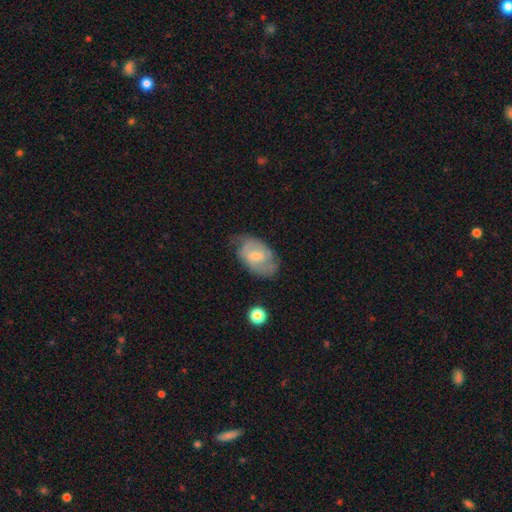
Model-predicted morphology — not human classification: featured or disk 63%, smooth 31%, star or artifact 6%. Down the decision tree: edge-on disk — no (96%); bar — weak (48%); spiral arms — yes (84%); spiral arm count — 2 (61%); spiral winding — medium (43%); bulge size — small (51%); merging — none (59%).